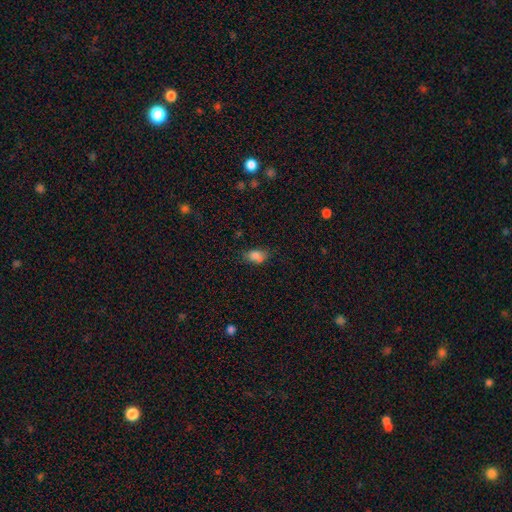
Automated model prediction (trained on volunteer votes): smooth-or-featured: smooth: 81% | star or artifact: 10% | featured or disk: 9%
  how-rounded: in between: 85% | round: 12% | cigar-shaped: 3%
  merging: none: 59% | minor disturbance: 23% | merger: 11% | major disturbance: 6%